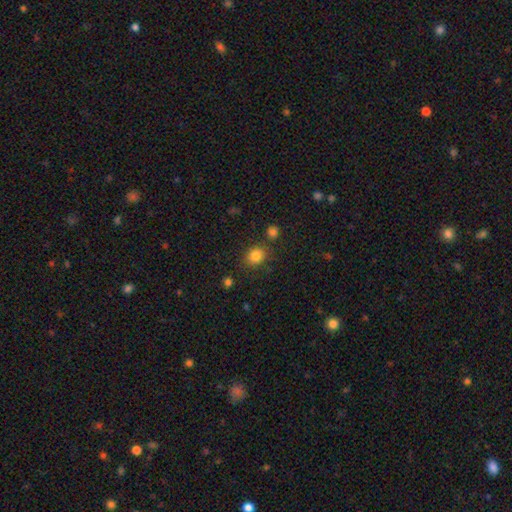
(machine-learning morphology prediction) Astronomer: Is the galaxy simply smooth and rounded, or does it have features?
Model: smooth — 82%.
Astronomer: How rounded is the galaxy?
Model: round — 67%.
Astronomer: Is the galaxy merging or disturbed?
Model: none — 78%.